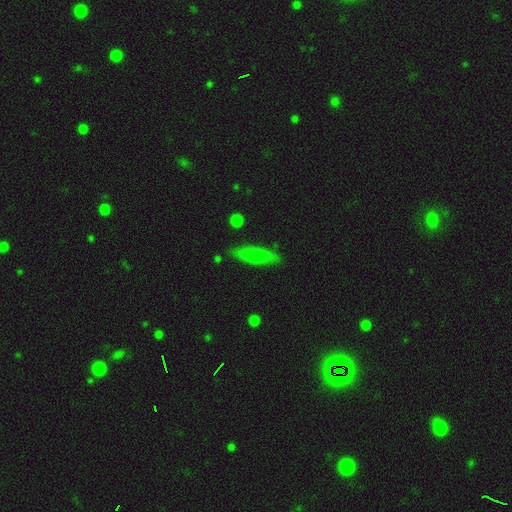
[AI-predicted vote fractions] Smooth or featured? smooth (74%)
How rounded? cigar-shaped (64%)
Merging? none (82%)